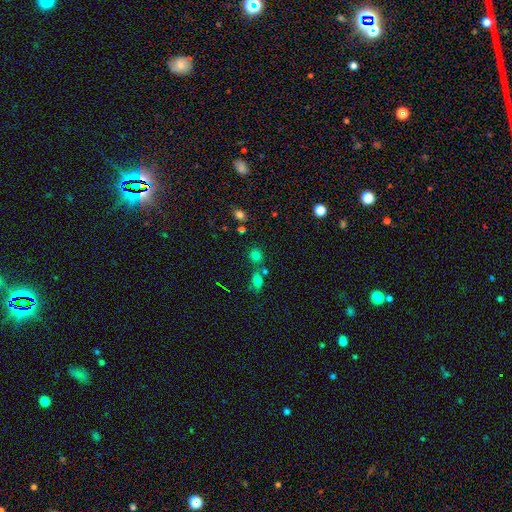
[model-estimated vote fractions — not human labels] Q: Smooth or featured?
A: smooth (75%); runner-up: star or artifact (19%)
Q: How rounded?
A: round (79%); runner-up: in between (20%)
Q: Merging?
A: none (67%); runner-up: merger (20%)